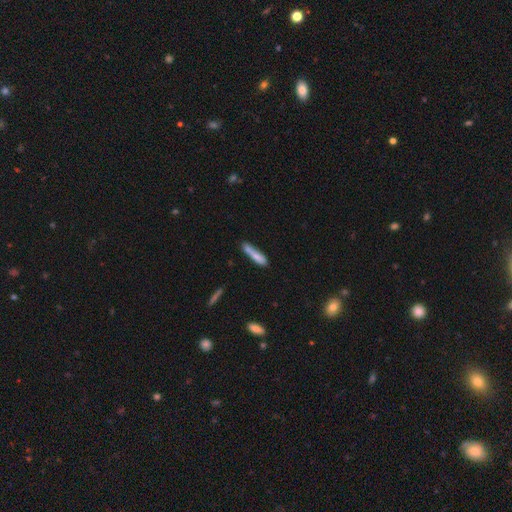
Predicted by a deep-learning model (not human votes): A smooth galaxy with no disk features (71%) that is cigar-shaped (85%).

Vote fractions:
- Smooth or featured? smooth: 71% / featured or disk: 22% / star or artifact: 7%
- How rounded? cigar-shaped: 85% / in between: 14% / round: 2%
- Merging? none: 56% / minor disturbance: 24% / merger: 14% / major disturbance: 7%